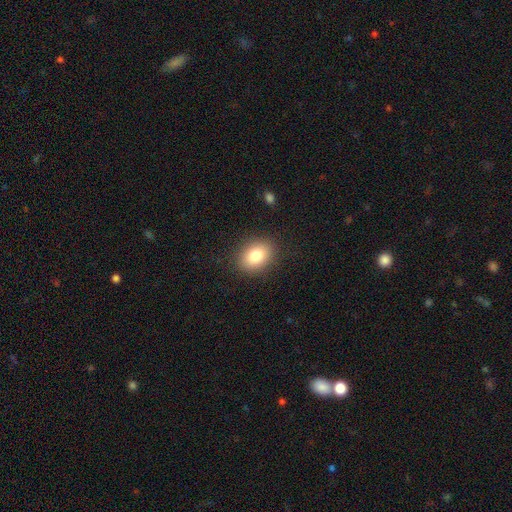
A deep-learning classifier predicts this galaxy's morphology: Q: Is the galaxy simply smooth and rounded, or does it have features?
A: smooth — 82%.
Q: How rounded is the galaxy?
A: in between — 68%.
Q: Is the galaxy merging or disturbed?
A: none — 88%.